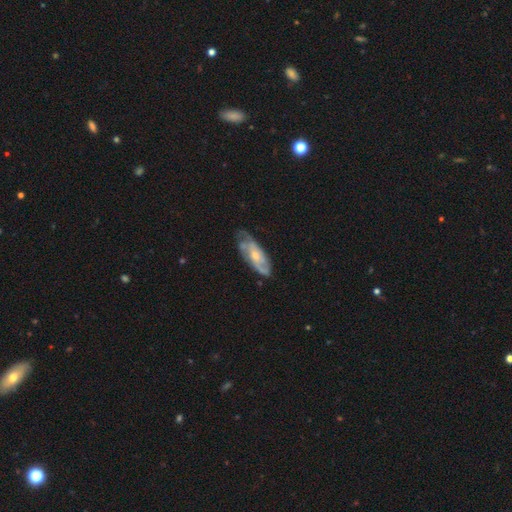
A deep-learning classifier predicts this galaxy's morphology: featured or disk 69%, smooth 26%, star or artifact 6%. Down the decision tree: edge-on disk — no (86%); bar — no (70%); spiral arms — yes (84%); bulge size — moderate (49%); merging — none (62%).